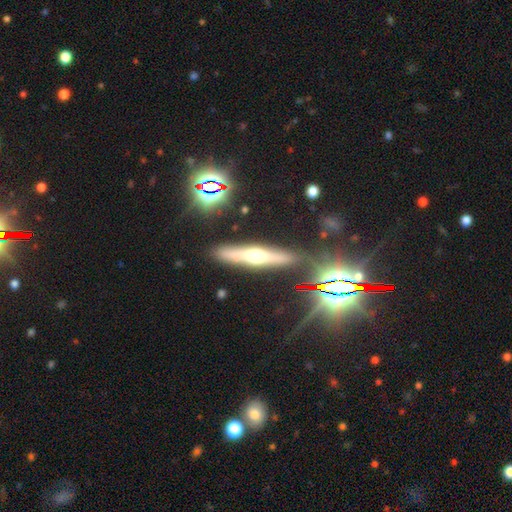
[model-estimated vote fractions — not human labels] A featured or disk galaxy (56%) viewed edge-on (91%) with a rounded central bulge (88%). Merging: none (84%).